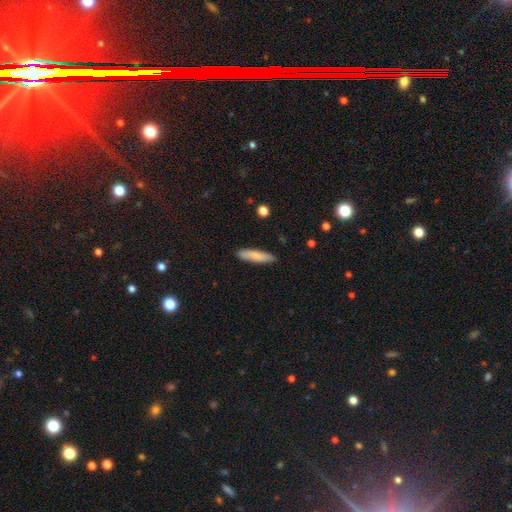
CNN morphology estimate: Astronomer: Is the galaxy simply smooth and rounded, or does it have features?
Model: smooth — 80%.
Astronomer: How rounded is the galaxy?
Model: cigar-shaped — 80%.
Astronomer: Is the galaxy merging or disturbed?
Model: none — 87%.